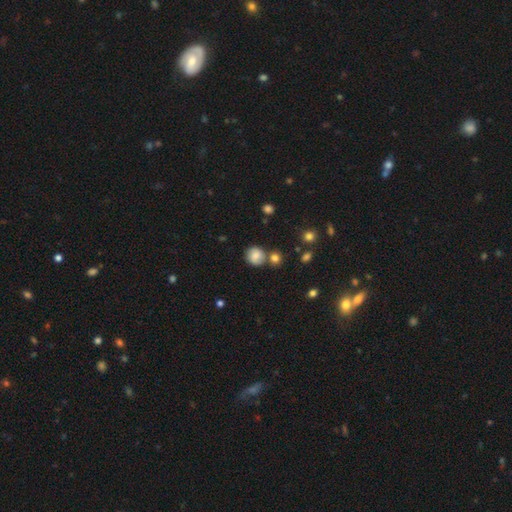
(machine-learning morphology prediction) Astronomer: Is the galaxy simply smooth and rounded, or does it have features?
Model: smooth — 75%.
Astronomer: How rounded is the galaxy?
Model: round — 84%.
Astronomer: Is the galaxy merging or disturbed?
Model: none — 68%.